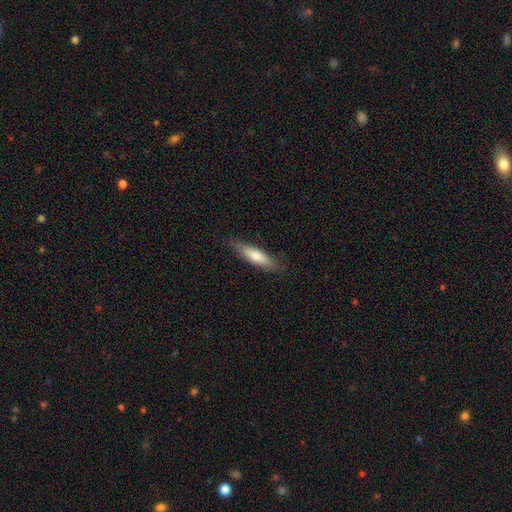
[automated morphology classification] The model was most divided on "how rounded": cigar-shaped: 71%, in between: 27%, round: 1%. More confident: merging — none (84%); smooth or featured — smooth (71%).